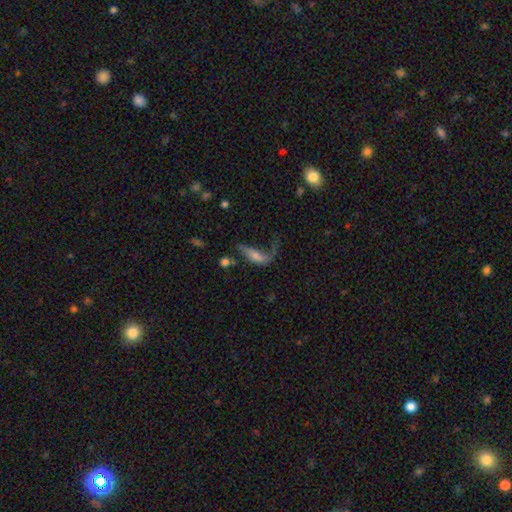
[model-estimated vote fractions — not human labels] Smooth or featured?
  - featured or disk: 46% *
  - smooth: 43%
  - star or artifact: 11%
Merging?
  - major disturbance: 50% *
  - none: 24%
  - minor disturbance: 17%
  - merger: 9%